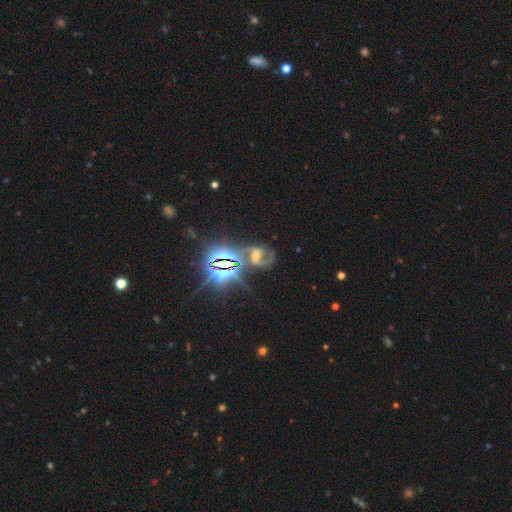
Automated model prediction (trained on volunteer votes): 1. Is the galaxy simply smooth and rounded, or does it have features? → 66% featured or disk, 26% star or artifact, 9% smooth.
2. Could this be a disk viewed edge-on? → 97% no, 3% yes.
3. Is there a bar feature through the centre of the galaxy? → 40% weak, 34% strong, 26% no.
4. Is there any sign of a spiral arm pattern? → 94% yes, 6% no.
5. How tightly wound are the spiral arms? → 56% medium, 27% loose, 17% tight.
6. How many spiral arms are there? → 88% 2, 4% can't tell, 4% 1, 2% 3, 1% 4, 1% more than 4.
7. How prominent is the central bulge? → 50% moderate, 32% small, 8% large, 8% none, 2% dominant.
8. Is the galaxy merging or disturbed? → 60% none, 17% minor disturbance, 15% major disturbance, 8% merger.